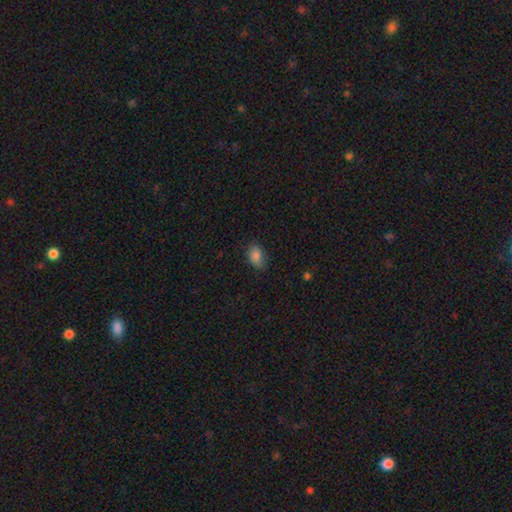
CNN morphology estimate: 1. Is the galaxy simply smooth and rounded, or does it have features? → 85% smooth, 10% star or artifact, 5% featured or disk.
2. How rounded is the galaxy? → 88% in between, 10% round, 2% cigar-shaped.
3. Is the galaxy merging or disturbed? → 78% none, 17% minor disturbance, 4% major disturbance, 1% merger.